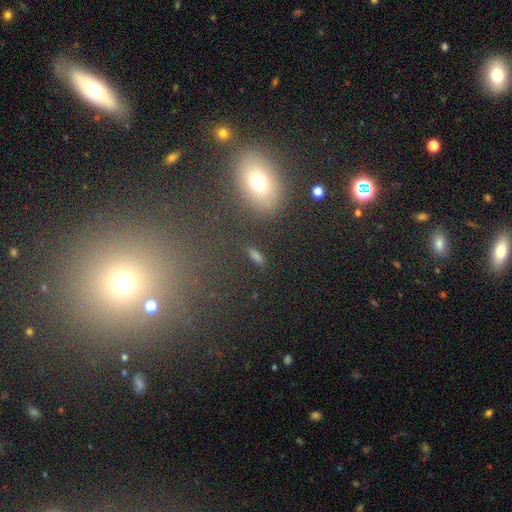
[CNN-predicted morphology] This is likely a smooth galaxy (63%). How rounded: likely in between (62%). Merging: clearly none (82%).